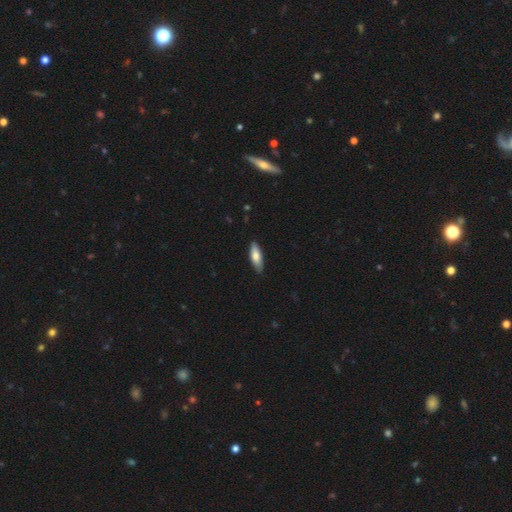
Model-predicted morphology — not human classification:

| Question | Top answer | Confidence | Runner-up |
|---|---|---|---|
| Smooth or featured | smooth | 74% | featured or disk (21%) |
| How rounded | in between | 55% | cigar-shaped (43%) |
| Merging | none | 86% | minor disturbance (11%) |